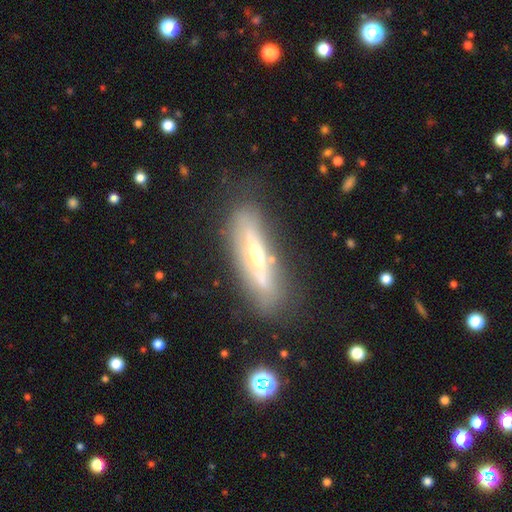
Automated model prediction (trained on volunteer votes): Smooth or featured?
  - featured or disk: 67% *
  - smooth: 25%
  - star or artifact: 8%
Edge-on disk?
  - yes: 71% *
  - no: 29%
Merging?
  - none: 75% *
  - minor disturbance: 16%
  - major disturbance: 6%
  - merger: 4%